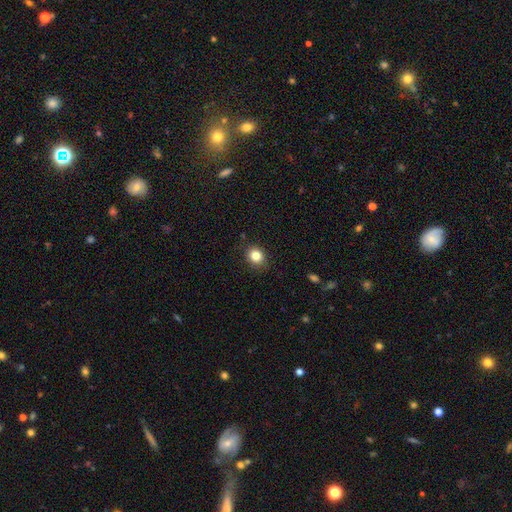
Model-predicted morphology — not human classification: smooth-or-featured: smooth: 83% | star or artifact: 11% | featured or disk: 6%
  how-rounded: round: 70% | in between: 29% | cigar-shaped: 1%
  merging: none: 87% | minor disturbance: 10% | major disturbance: 2% | merger: 1%